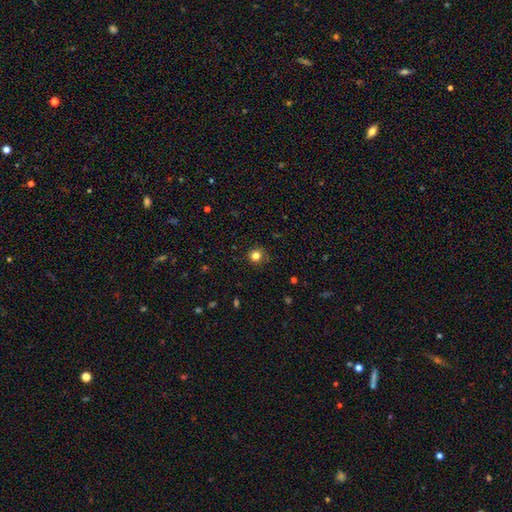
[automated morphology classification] smooth_or_featured: smooth (p=0.81) [alt: star or artifact p=0.14]
how_rounded: round (p=0.93) [alt: in between p=0.06]
merging: none (p=0.87) [alt: minor disturbance p=0.10]